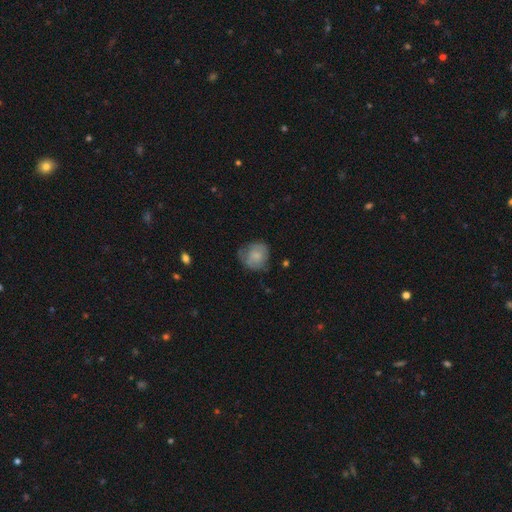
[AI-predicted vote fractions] Smooth or featured?
  - smooth: 66% *
  - featured or disk: 26%
  - star or artifact: 8%
How rounded?
  - round: 78% *
  - in between: 21%
  - cigar-shaped: 1%
Merging?
  - none: 58% *
  - minor disturbance: 29%
  - major disturbance: 11%
  - merger: 2%